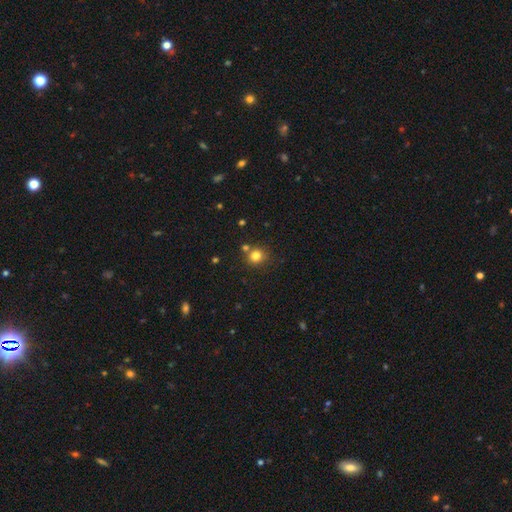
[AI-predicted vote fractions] A smooth galaxy with no disk features (80%) that is round (89%).

Vote fractions:
- Smooth or featured? smooth: 80% / star or artifact: 14% / featured or disk: 7%
- How rounded? round: 89% / in between: 10% / cigar-shaped: 1%
- Merging? none: 74% / merger: 14% / minor disturbance: 9% / major disturbance: 3%